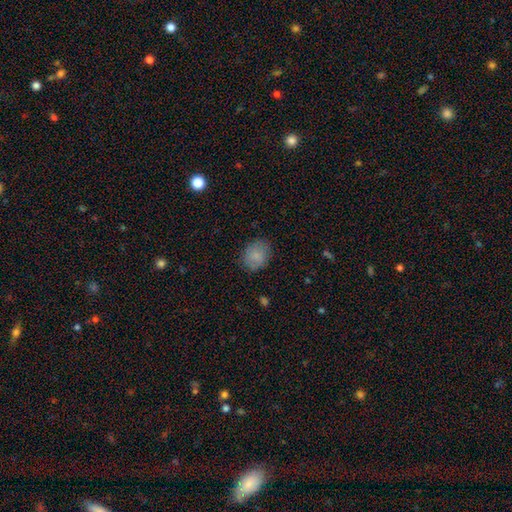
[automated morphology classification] This is clearly a smooth galaxy (84%). How rounded: possibly round (52%). Merging: clearly none (81%).